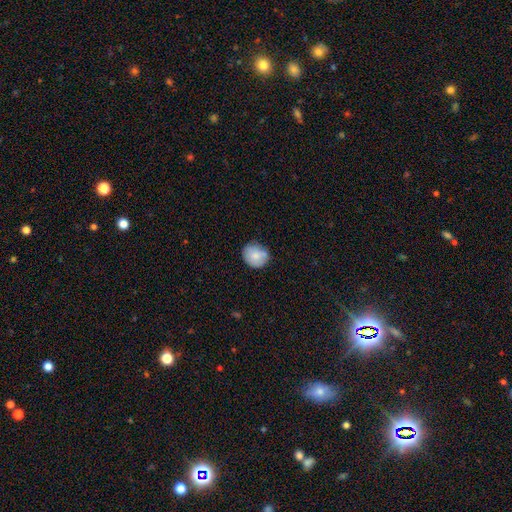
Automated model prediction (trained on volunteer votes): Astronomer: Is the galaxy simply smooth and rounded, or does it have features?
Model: smooth — 78%.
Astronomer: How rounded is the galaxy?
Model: round — 75%.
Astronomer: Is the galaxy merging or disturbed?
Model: none — 70%.